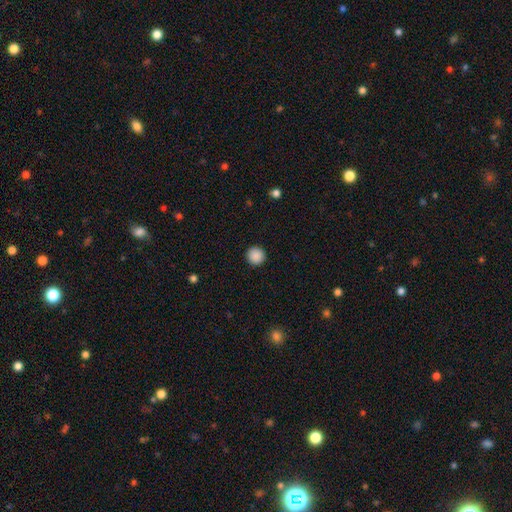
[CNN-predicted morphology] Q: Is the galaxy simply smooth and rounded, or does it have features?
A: smooth — 89%.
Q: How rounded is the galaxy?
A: round — 96%.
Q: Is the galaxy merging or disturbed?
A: none — 93%.